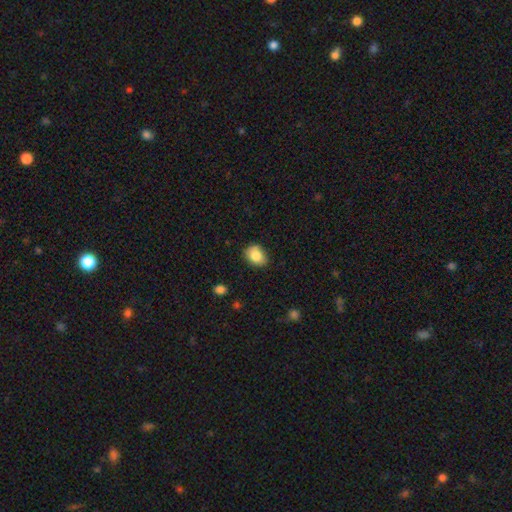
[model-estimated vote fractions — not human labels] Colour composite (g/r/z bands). It shows a smooth galaxy with no disk features (83%) that is in between round and cigar-shaped (66%). Merging: none (75%).